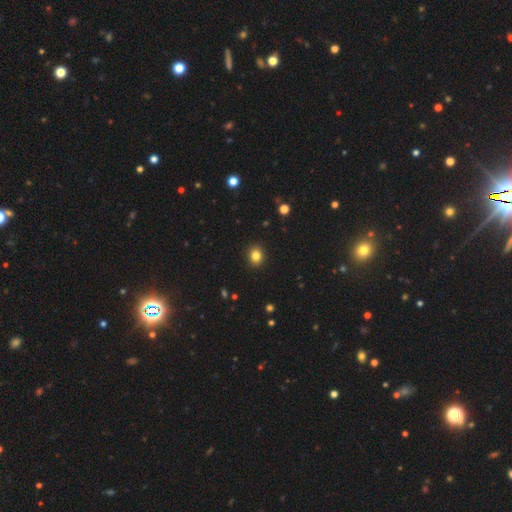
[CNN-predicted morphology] This is clearly a smooth galaxy (83%). How rounded: likely round (69%). Merging: clearly none (92%).